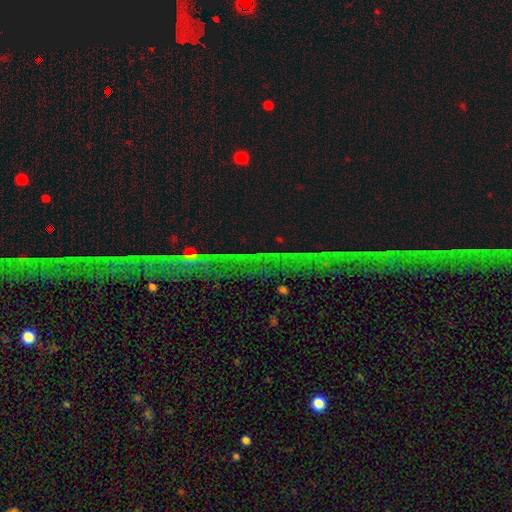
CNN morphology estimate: smooth-or-featured: star or artifact: 76% | featured or disk: 13% | smooth: 11%